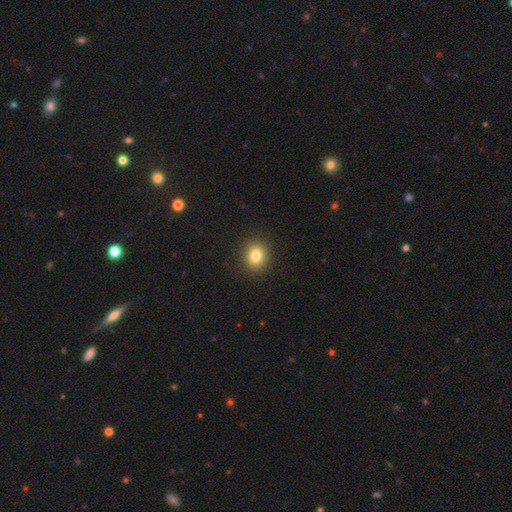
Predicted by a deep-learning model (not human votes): smooth_or_featured: smooth (p=0.82) [alt: star or artifact p=0.11]
how_rounded: round (p=0.72) [alt: in between p=0.27]
merging: none (p=0.91) [alt: minor disturbance p=0.06]